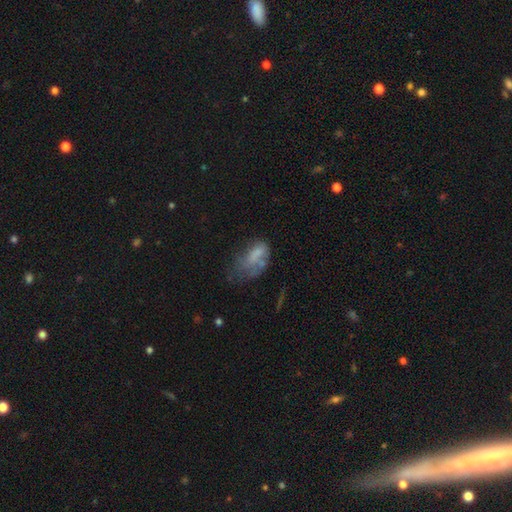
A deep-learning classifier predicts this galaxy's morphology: This is likely a smooth galaxy (61%). How rounded: clearly in between (88%). Merging: marginally major disturbance (39%).